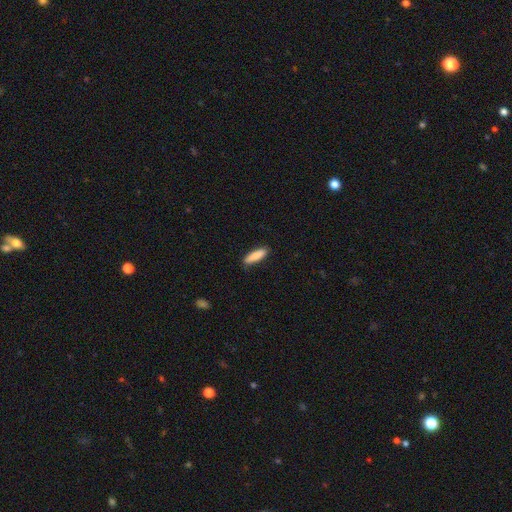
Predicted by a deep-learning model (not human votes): Smooth or featured? smooth (85%)
How rounded? cigar-shaped (60%)
Merging? none (85%)